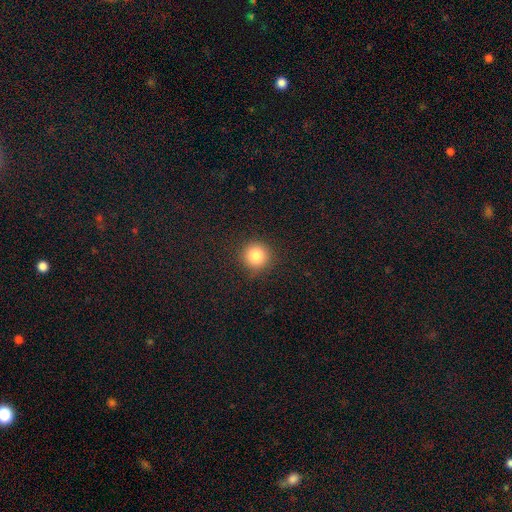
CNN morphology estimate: Smooth or featured? smooth (83%)
How rounded? round (95%)
Merging? none (91%)